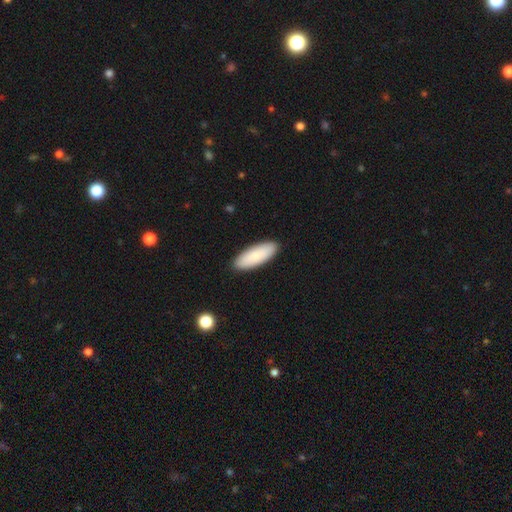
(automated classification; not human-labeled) smooth_or_featured: smooth (p=0.86) [alt: featured or disk p=0.09]
how_rounded: in between (p=0.68) [alt: cigar-shaped p=0.30]
merging: none (p=0.90) [alt: minor disturbance p=0.07]